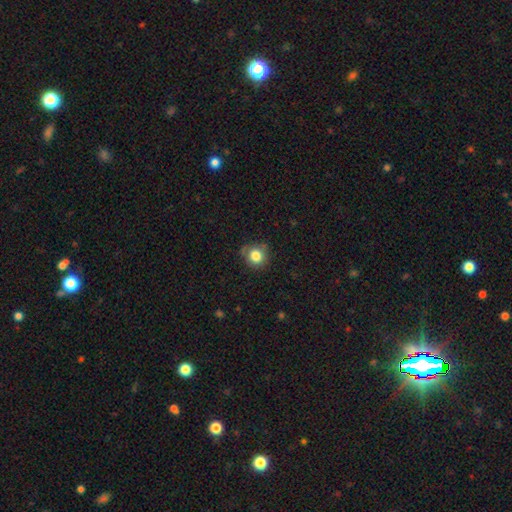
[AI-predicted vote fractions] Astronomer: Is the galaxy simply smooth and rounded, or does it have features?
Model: smooth — 82%.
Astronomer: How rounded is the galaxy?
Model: round — 90%.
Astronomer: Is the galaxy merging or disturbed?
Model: none — 77%.